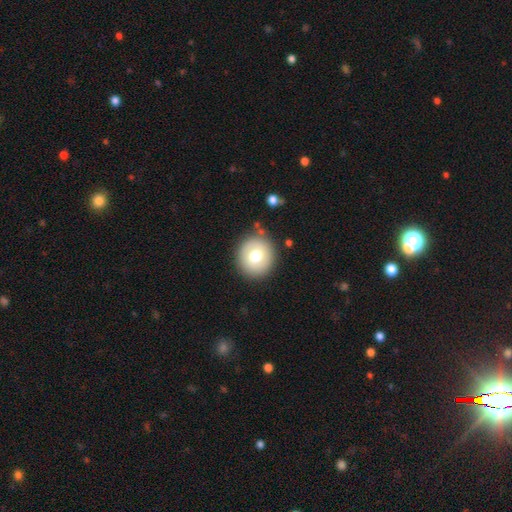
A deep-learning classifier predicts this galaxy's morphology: This appears to be a smooth galaxy with no disk features (70%) that is round (88%). Merging: none (85%).